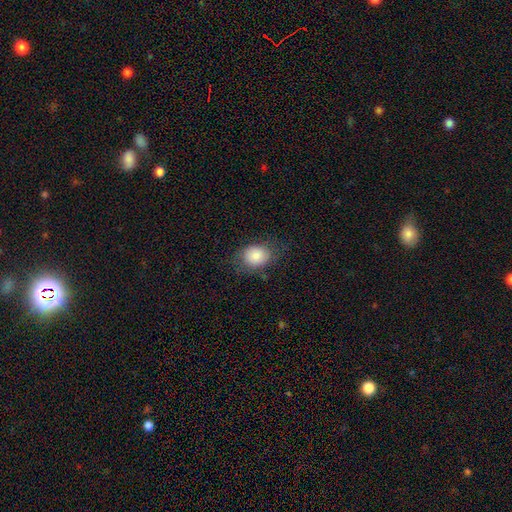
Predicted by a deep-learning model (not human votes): This is clearly a smooth galaxy (83%). How rounded: possibly in between (54%). Merging: likely none (68%).